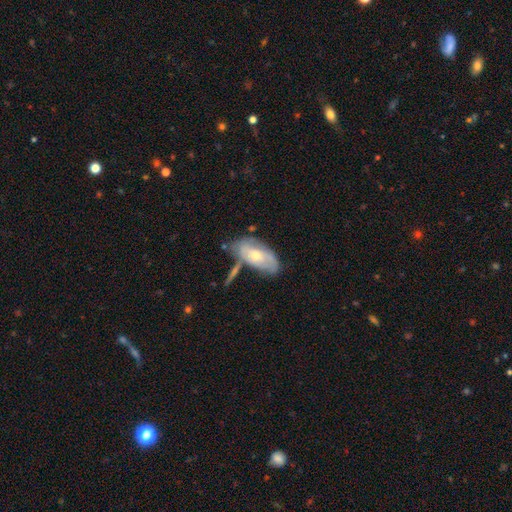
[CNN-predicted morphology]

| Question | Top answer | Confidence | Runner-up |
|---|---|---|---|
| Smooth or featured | featured or disk | 50% | smooth (44%) |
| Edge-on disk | no | 87% | yes (13%) |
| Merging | none | 51% | minor disturbance (23%) |